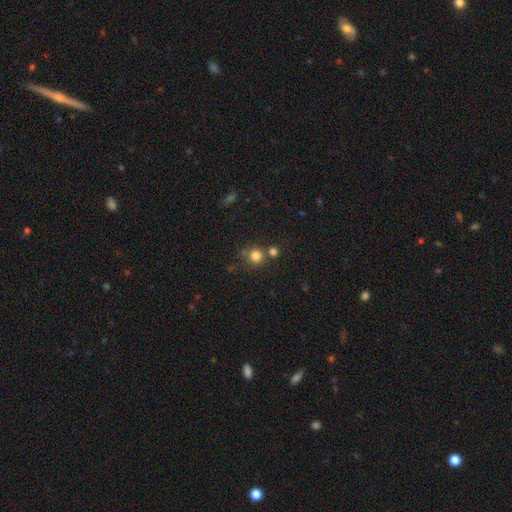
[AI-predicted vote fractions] smooth_or_featured: smooth (p=0.80) [alt: star or artifact p=0.14]
how_rounded: round (p=0.91) [alt: in between p=0.08]
merging: none (p=0.67) [alt: merger p=0.20]